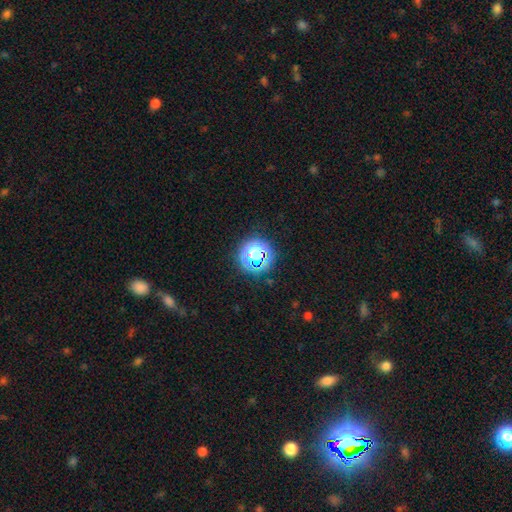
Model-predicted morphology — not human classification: The model was most divided on "smooth or featured": star or artifact: 69%, smooth: 22%, featured or disk: 9%.